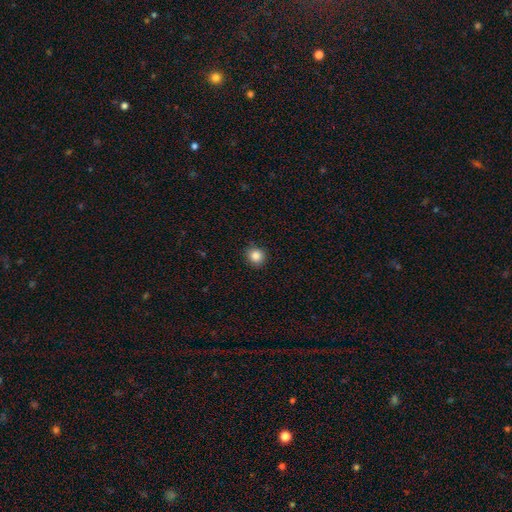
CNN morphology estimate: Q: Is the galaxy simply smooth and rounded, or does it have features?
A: smooth — 86%.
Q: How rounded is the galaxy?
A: round — 89%.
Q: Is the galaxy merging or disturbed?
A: none — 90%.